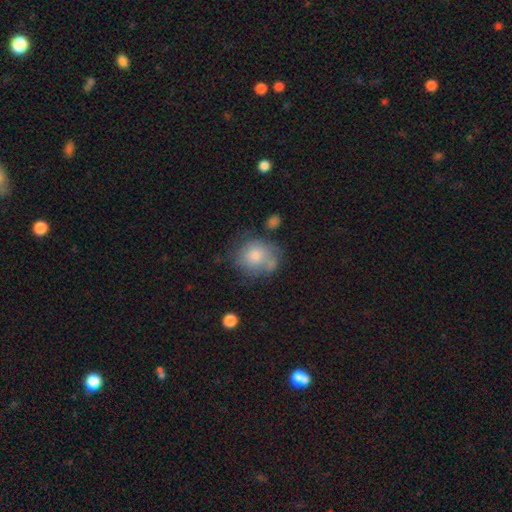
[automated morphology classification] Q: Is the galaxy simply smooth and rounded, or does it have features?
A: smooth — 74%.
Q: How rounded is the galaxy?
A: round — 71%.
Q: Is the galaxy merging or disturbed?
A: none — 49%.